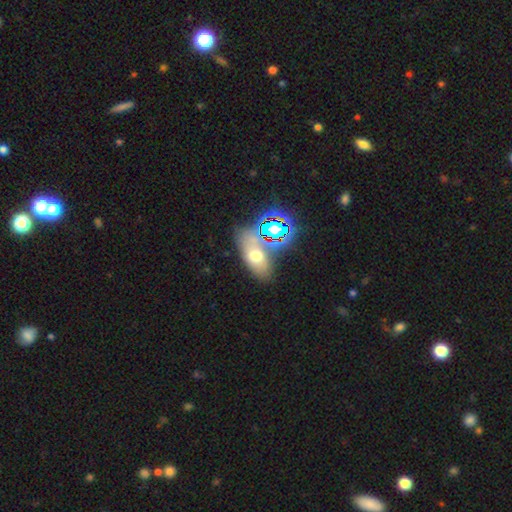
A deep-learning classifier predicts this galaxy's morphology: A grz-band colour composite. It shows a smooth galaxy with no disk features (49%). Merging: none (63%).